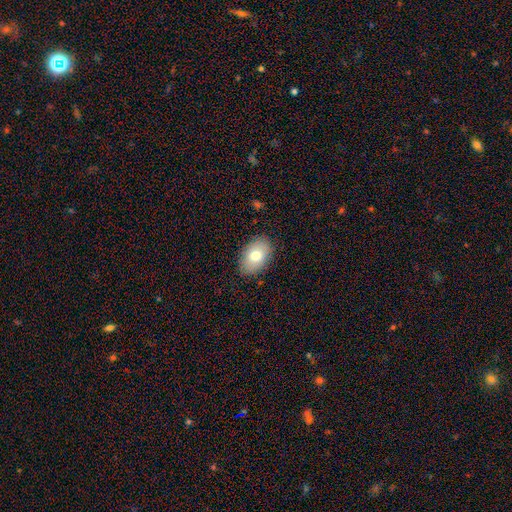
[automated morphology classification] The model was most divided on "smooth or featured": smooth: 76%, featured or disk: 17%, star or artifact: 8%. More confident: how rounded — in between (88%); merging — none (87%).